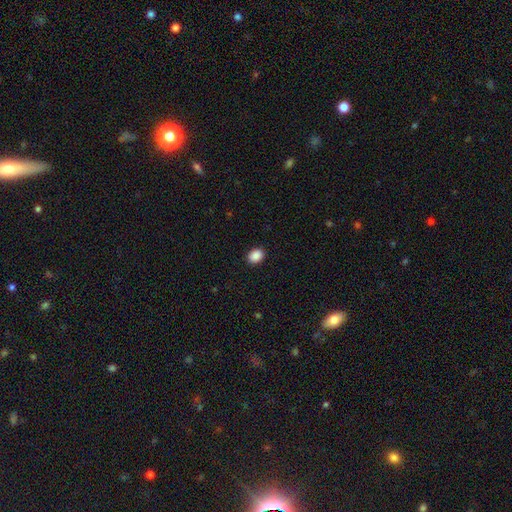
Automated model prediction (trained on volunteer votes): smooth_or_featured: smooth (p=0.89) [alt: star or artifact p=0.08]
how_rounded: in between (p=0.56) [alt: round p=0.43]
merging: none (p=0.91) [alt: minor disturbance p=0.06]